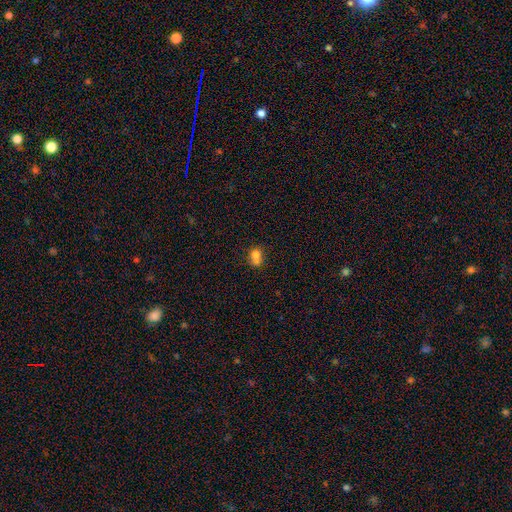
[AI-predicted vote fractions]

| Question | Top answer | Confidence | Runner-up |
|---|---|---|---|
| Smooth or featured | smooth | 73% | featured or disk (15%) |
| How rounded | round | 65% | in between (34%) |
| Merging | merger | 47% | none (35%) |